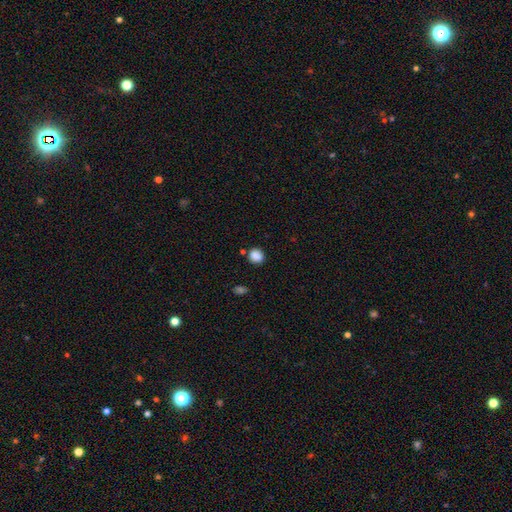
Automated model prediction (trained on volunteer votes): smooth_or_featured: smooth (p=0.86) [alt: star or artifact p=0.11]
how_rounded: round (p=0.78) [alt: in between p=0.21]
merging: none (p=0.80) [alt: minor disturbance p=0.12]